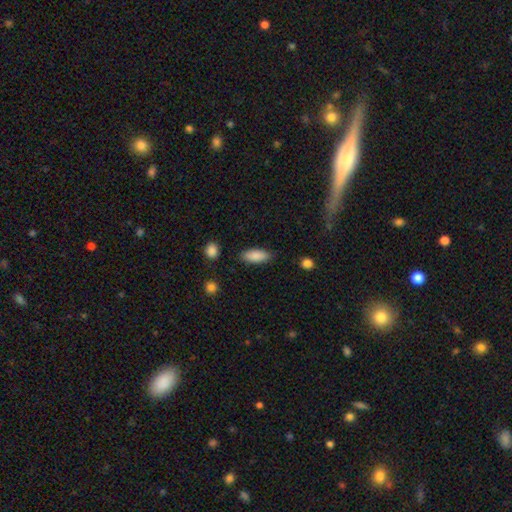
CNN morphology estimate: Smooth or featured?
  - smooth: 87% *
  - star or artifact: 7%
  - featured or disk: 6%
How rounded?
  - in between: 78% *
  - cigar-shaped: 20%
  - round: 2%
Merging?
  - none: 84% *
  - minor disturbance: 11%
  - major disturbance: 3%
  - merger: 2%